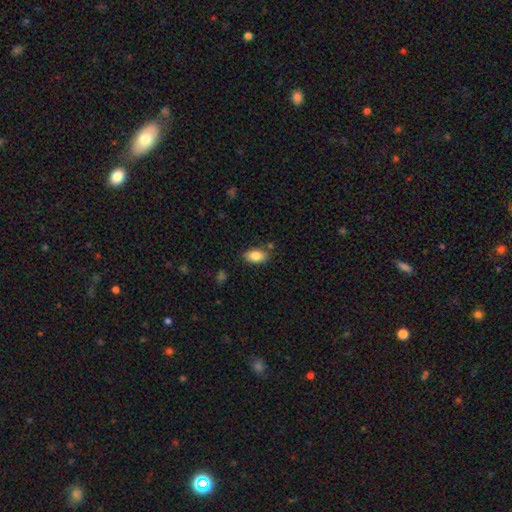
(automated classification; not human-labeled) A smooth galaxy with no disk features (84%) that is in between round and cigar-shaped (91%). Merging: none (79%).